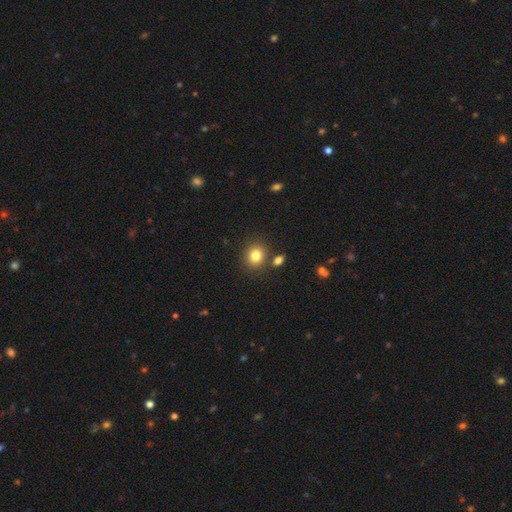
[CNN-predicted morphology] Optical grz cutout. It shows a smooth galaxy with no disk features (82%) that is round (74%). Merging: none (80%).